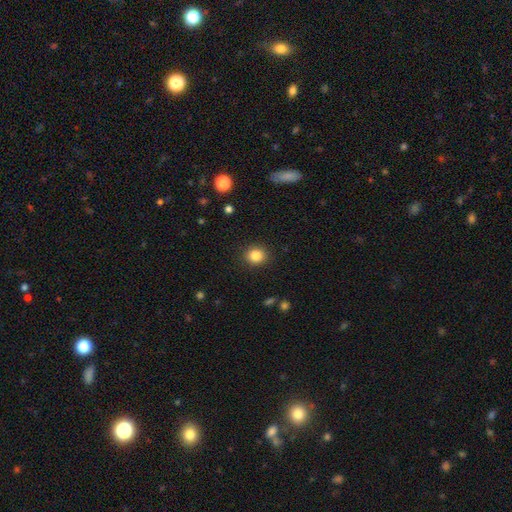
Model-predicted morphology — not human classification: Q: Smooth or featured?
A: smooth (84%); runner-up: star or artifact (11%)
Q: How rounded?
A: round (80%); runner-up: in between (19%)
Q: Merging?
A: none (90%); runner-up: minor disturbance (7%)